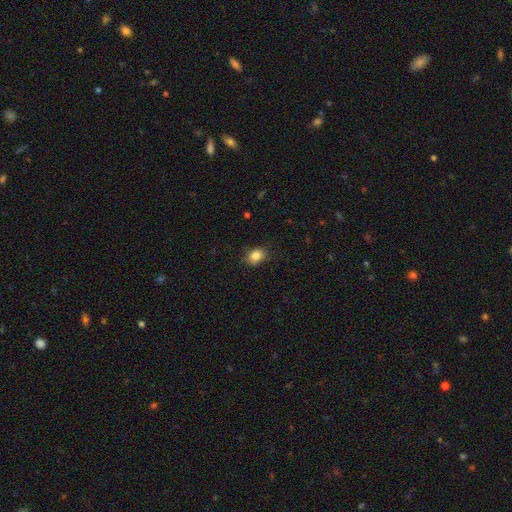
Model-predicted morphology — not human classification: The model was most divided on "how rounded": in between: 57%, round: 42%, cigar-shaped: 1%. More confident: smooth or featured — smooth (85%); merging — none (79%).